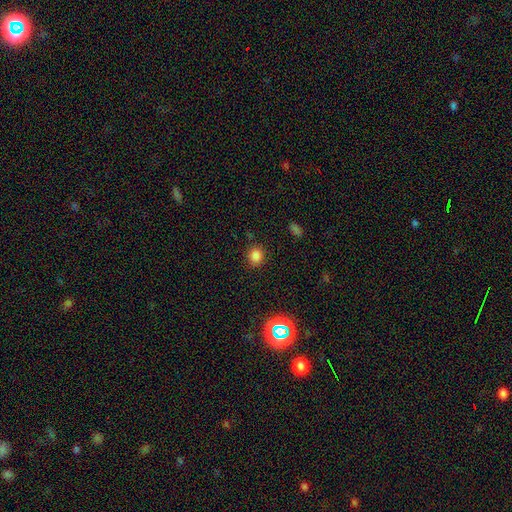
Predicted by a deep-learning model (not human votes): Q: Smooth or featured?
A: smooth (81%); runner-up: star or artifact (15%)
Q: How rounded?
A: round (75%); runner-up: in between (24%)
Q: Merging?
A: none (86%); runner-up: minor disturbance (9%)